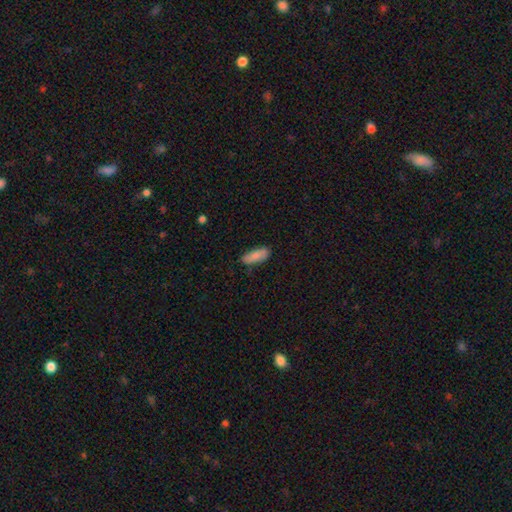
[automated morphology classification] This appears to be a smooth galaxy with no disk features (79%) that is in between round and cigar-shaped (73%). Merging: none (80%).